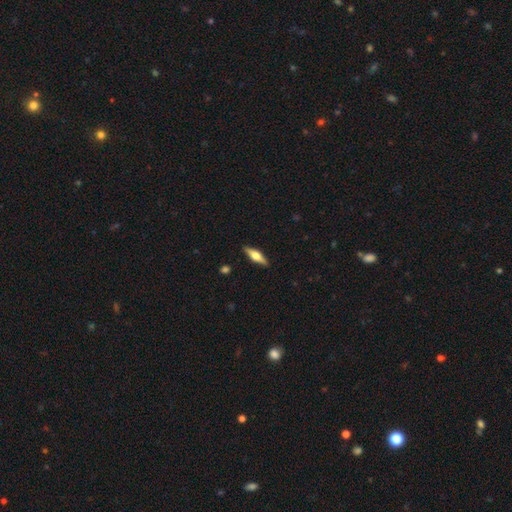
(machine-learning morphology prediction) Q: Smooth or featured?
A: featured or disk (60%); runner-up: smooth (34%)
Q: Edge-on disk?
A: yes (95%); runner-up: no (5%)
Q: Edge-on bulge?
A: rounded (93%); runner-up: boxy (5%)
Q: Merging?
A: none (90%); runner-up: minor disturbance (7%)